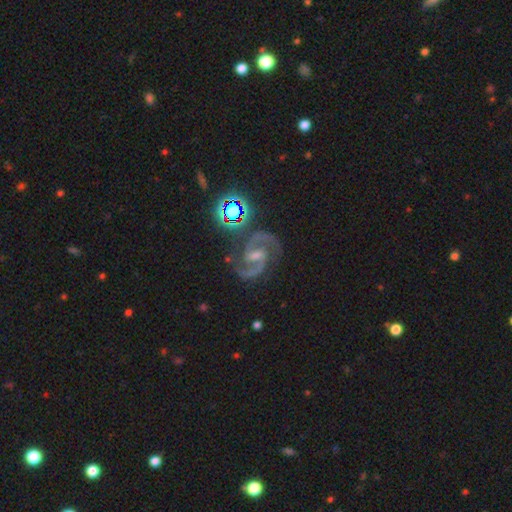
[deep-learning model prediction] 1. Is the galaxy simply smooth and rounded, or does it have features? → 90% featured or disk, 7% star or artifact, 3% smooth.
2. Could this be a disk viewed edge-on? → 98% no, 2% yes.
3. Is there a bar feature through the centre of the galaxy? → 54% weak, 27% strong, 19% no.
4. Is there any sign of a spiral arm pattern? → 99% yes, 1% no.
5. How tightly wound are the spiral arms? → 70% medium, 19% tight, 11% loose.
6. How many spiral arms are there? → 93% 2, 2% 3, 2% can't tell, 1% 1, 1% 4, 1% more than 4.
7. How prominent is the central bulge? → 52% small, 36% moderate, 10% none, 2% large, 1% dominant.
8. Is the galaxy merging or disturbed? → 77% none, 14% minor disturbance, 5% major disturbance, 3% merger.